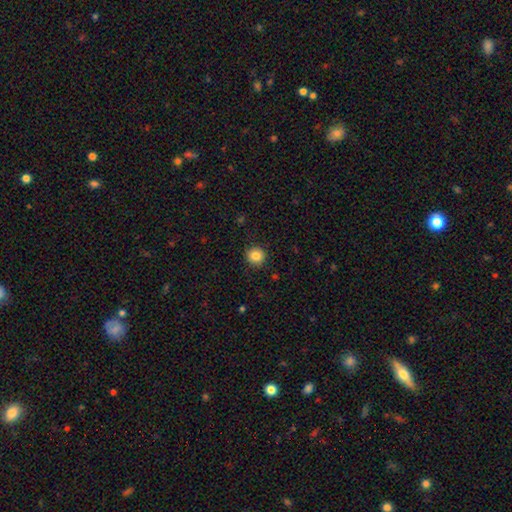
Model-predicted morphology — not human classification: Smooth or featured: smooth — 85% (star or artifact — 10%)
How rounded: round — 91% (in between — 8%)
Merging: none — 90% (minor disturbance — 7%)